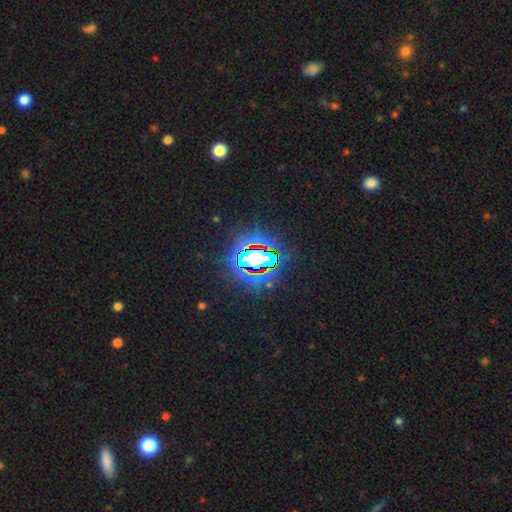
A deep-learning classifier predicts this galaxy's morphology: type=star or artifact (84%).